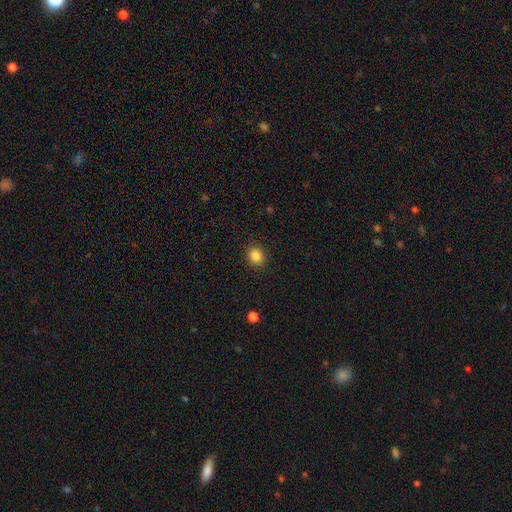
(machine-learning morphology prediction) Smooth or featured?
  - smooth: 86% *
  - star or artifact: 10%
  - featured or disk: 4%
How rounded?
  - round: 74% *
  - in between: 25%
  - cigar-shaped: 1%
Merging?
  - none: 90% *
  - minor disturbance: 7%
  - major disturbance: 2%
  - merger: 1%